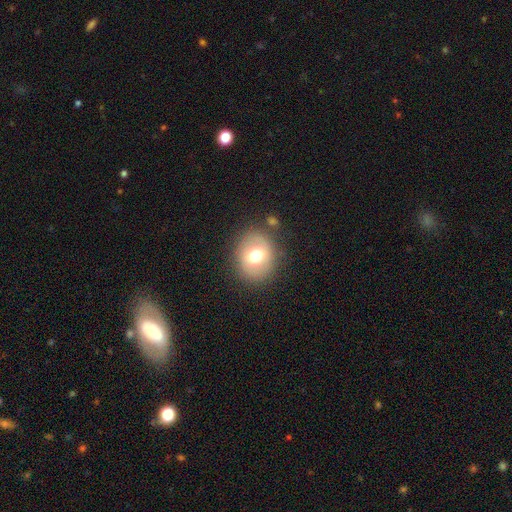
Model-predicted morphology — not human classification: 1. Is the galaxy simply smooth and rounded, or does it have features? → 65% smooth, 26% featured or disk, 9% star or artifact.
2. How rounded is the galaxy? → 63% round, 37% in between, 1% cigar-shaped.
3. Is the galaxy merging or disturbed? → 80% none, 12% minor disturbance, 5% major disturbance, 3% merger.